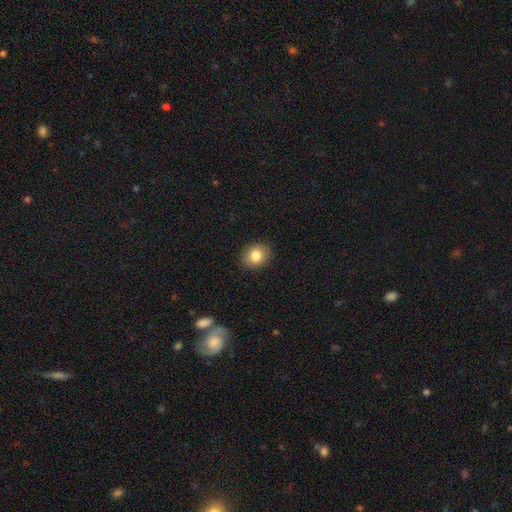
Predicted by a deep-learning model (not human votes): Smooth or featured? Predicted: smooth (p=0.83). How rounded? Predicted: round (p=0.57). Merging? Predicted: none (p=0.90).